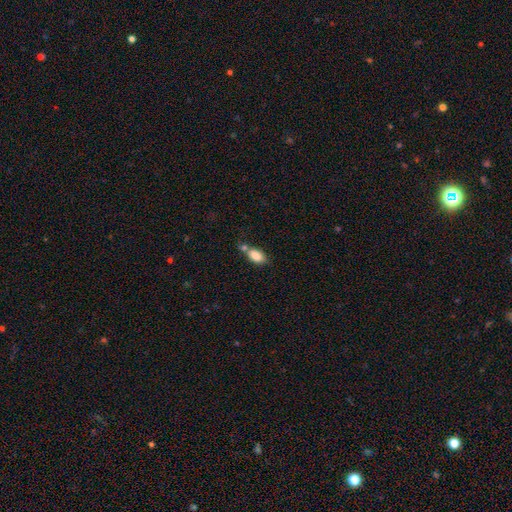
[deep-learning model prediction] This is clearly a smooth galaxy (85%). How rounded: clearly in between (89%). Merging: possibly none (45%).